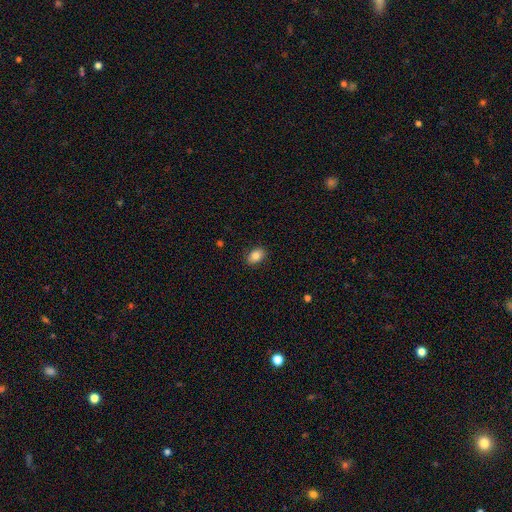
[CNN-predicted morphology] smooth 84%, star or artifact 8%, featured or disk 7%. Down the decision tree: how rounded — in between (80%); merging — none (88%).